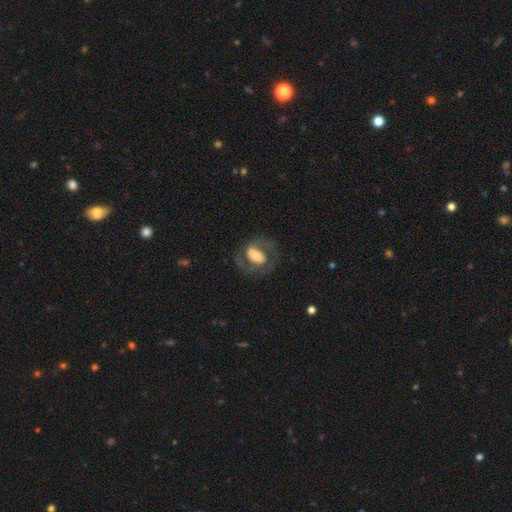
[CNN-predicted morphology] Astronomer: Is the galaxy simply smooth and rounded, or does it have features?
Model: featured or disk — 60%.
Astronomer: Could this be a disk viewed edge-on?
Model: no — 95%.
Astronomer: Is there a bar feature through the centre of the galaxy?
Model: no — 37% (runner-up: weak, 33%).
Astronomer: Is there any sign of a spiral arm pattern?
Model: yes — 66%.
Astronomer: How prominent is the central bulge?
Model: moderate — 48% (runner-up: large, 28%).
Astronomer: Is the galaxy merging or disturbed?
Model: none — 65%.